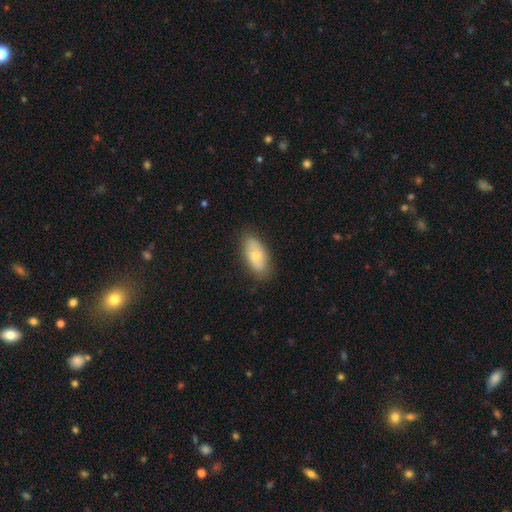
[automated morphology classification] A smooth galaxy with no disk features (66%) that is in between round and cigar-shaped (90%). Merging: none (80%).